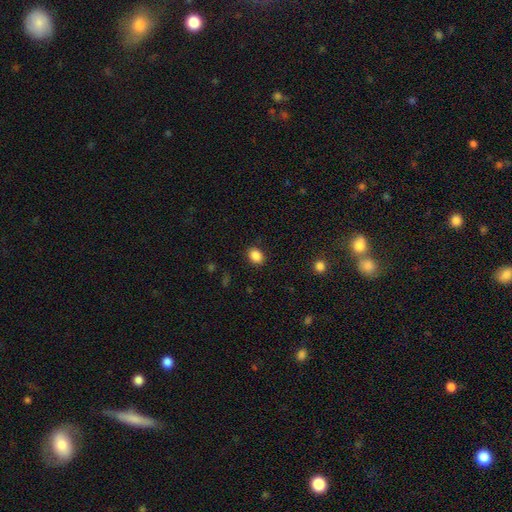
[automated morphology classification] smooth_or_featured: smooth (p=0.88) [alt: star or artifact p=0.09]
how_rounded: in between (p=0.63) [alt: round p=0.36]
merging: none (p=0.88) [alt: minor disturbance p=0.08]